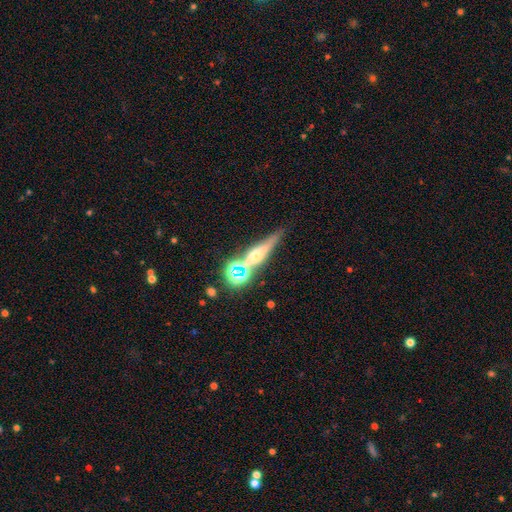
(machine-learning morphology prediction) This is possibly a featured or disk galaxy (52%). It is clearly viewed edge-on (86%). Merging: likely none (65%).